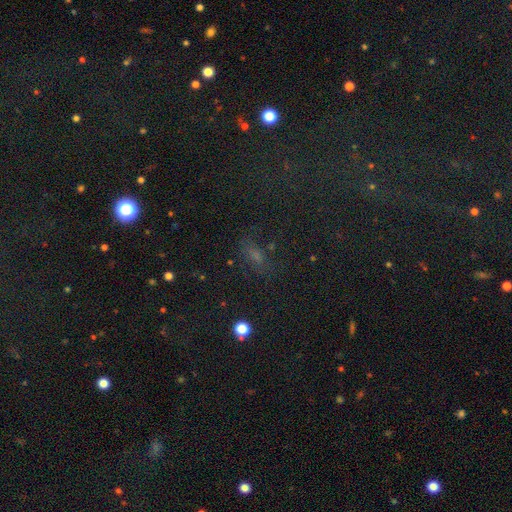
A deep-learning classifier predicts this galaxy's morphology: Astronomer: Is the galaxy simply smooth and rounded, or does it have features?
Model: smooth — 47% (runner-up: star or artifact, 38%).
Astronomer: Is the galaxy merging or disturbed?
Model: none — 60%.